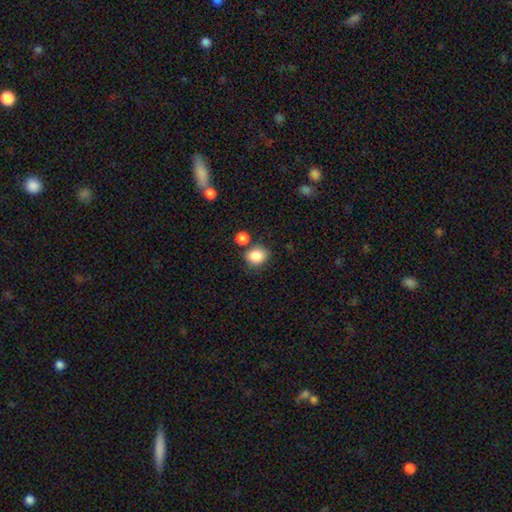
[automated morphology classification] Q: Smooth or featured?
A: smooth (86%); runner-up: star or artifact (9%)
Q: How rounded?
A: round (65%); runner-up: in between (34%)
Q: Merging?
A: none (65%); runner-up: merger (17%)